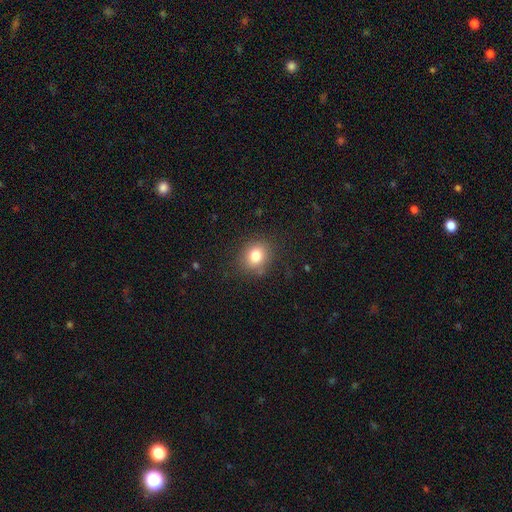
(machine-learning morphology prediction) Smooth or featured? Predicted: smooth (p=0.80). How rounded? Predicted: round (p=0.68). Merging? Predicted: none (p=0.83).